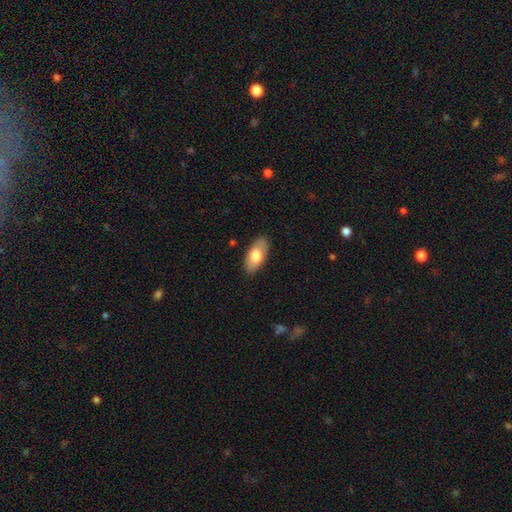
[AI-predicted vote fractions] This appears to be a smooth galaxy with no disk features (74%) that is in between round and cigar-shaped (90%). Merging: none (86%).